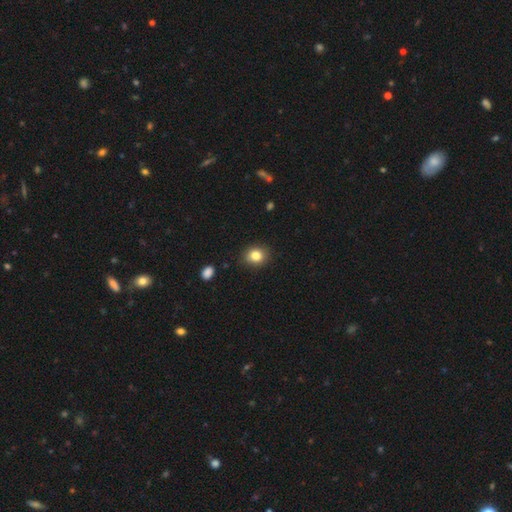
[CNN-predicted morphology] Smooth or featured? smooth (83%)
How rounded? round (68%)
Merging? none (87%)